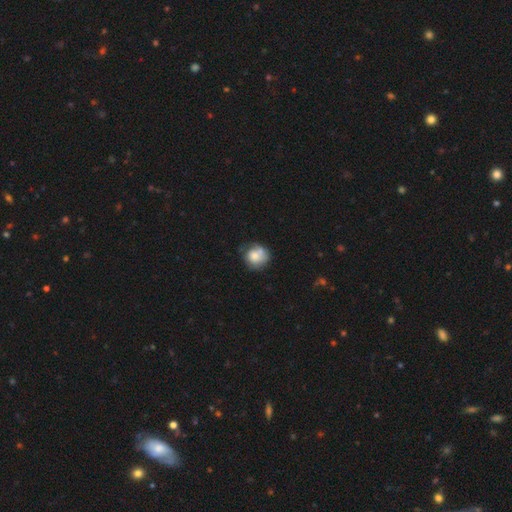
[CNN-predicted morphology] Smooth or featured: smooth — 65% (featured or disk — 27%)
How rounded: round — 80% (in between — 19%)
Merging: none — 50% (minor disturbance — 25%)